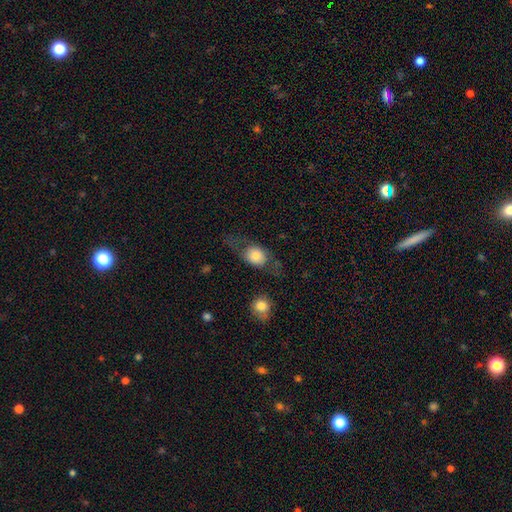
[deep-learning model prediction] A smooth galaxy with no disk features (66%) that is round (49%).

Vote fractions:
- Smooth or featured? smooth: 66% / featured or disk: 26% / star or artifact: 8%
- How rounded? round: 49% / in between: 47% / cigar-shaped: 3%
- Merging? none: 53% / minor disturbance: 21% / major disturbance: 20% / merger: 7%